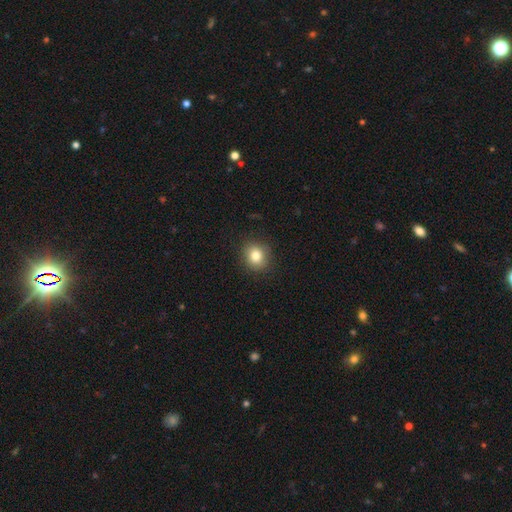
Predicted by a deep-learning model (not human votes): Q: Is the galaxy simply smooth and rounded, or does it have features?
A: smooth — 82%.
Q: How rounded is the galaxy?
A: round — 75%.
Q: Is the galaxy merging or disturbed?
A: none — 88%.